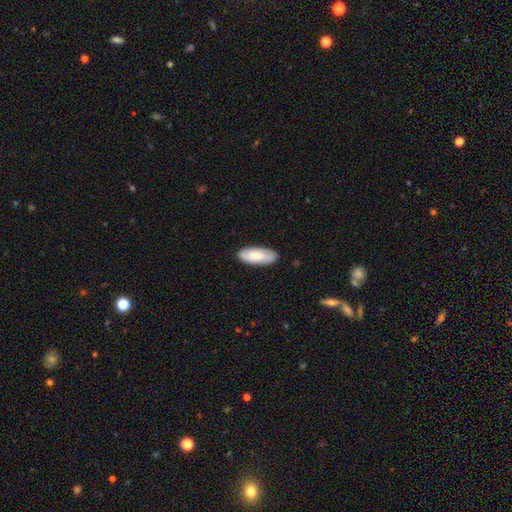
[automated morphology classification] smooth-or-featured: smooth: 72% | featured or disk: 23% | star or artifact: 5%
  how-rounded: in between: 81% | cigar-shaped: 17% | round: 2%
  merging: none: 86% | minor disturbance: 11% | major disturbance: 2% | merger: 1%